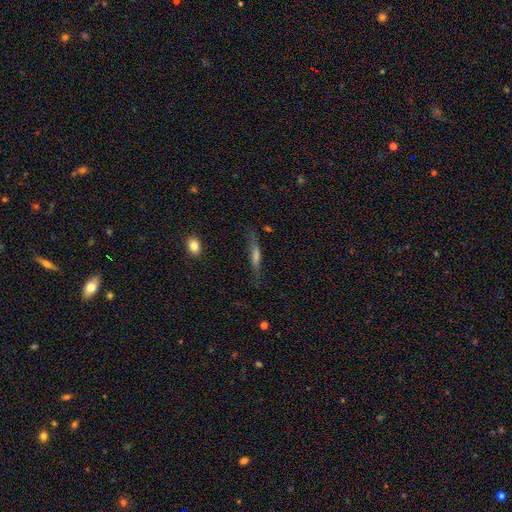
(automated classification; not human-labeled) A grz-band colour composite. It shows a featured or disk galaxy (46%). Merging: none (76%).